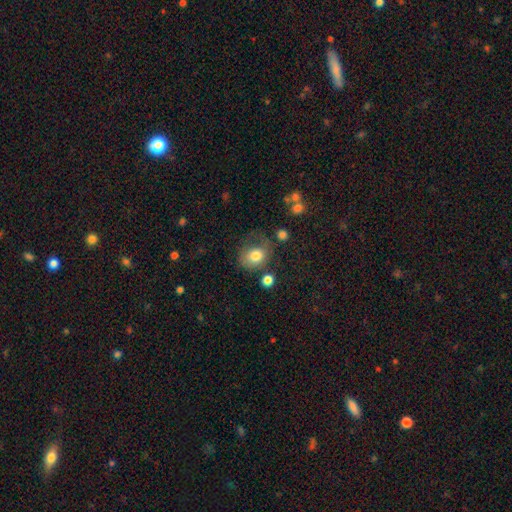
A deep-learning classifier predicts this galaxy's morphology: The model was most divided on "merging": none: 40%, minor disturbance: 28%, major disturbance: 25%, merger: 7%. More confident: smooth or featured — smooth (77%); how rounded — round (57%).